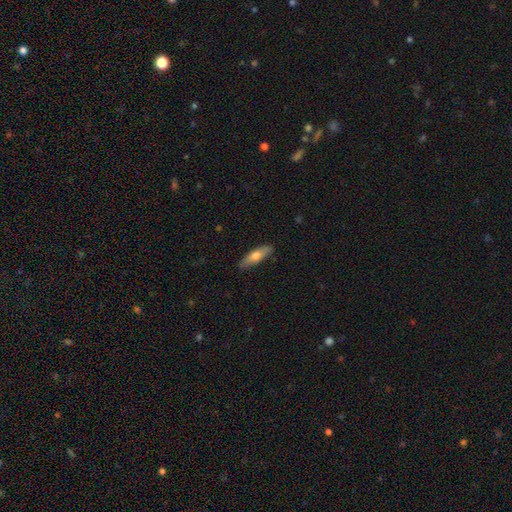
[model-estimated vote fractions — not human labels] smooth 65%, featured or disk 30%, star or artifact 6%. Down the decision tree: how rounded — cigar-shaped (57%); merging — none (85%).